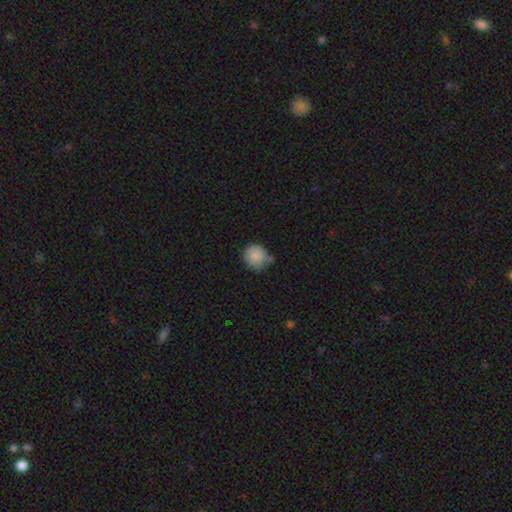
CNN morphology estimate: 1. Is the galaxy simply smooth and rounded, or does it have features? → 88% smooth, 8% star or artifact, 4% featured or disk.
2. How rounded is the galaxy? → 89% round, 10% in between, 1% cigar-shaped.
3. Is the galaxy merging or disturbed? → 69% none, 19% minor disturbance, 9% merger, 4% major disturbance.